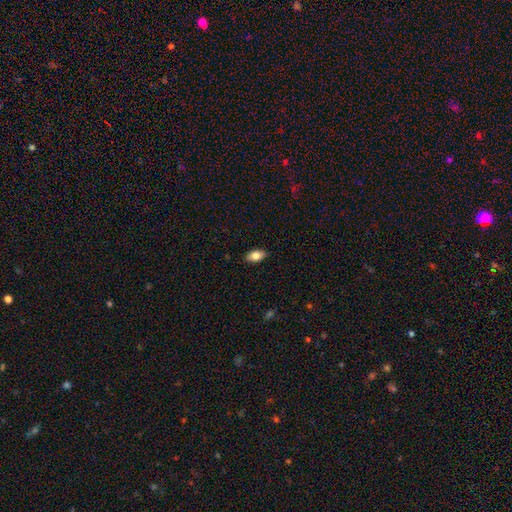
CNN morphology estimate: type=smooth (80%); roundness=in between (91%); merging=none (88%).